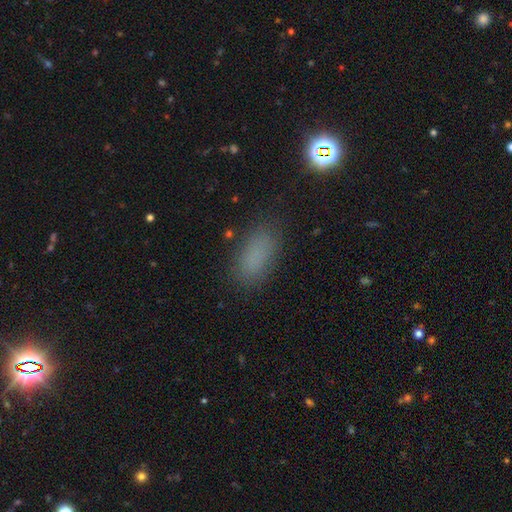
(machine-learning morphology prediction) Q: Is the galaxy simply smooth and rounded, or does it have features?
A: smooth — 78%.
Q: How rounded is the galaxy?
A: in between — 88%.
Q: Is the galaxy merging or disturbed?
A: none — 83%.